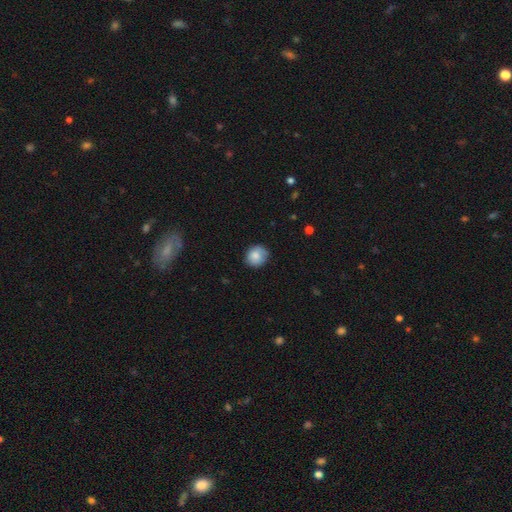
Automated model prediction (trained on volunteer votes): smooth-or-featured: smooth: 82% | featured or disk: 11% | star or artifact: 8%
  how-rounded: round: 81% | in between: 18% | cigar-shaped: 1%
  merging: none: 78% | minor disturbance: 18% | major disturbance: 3% | merger: 1%